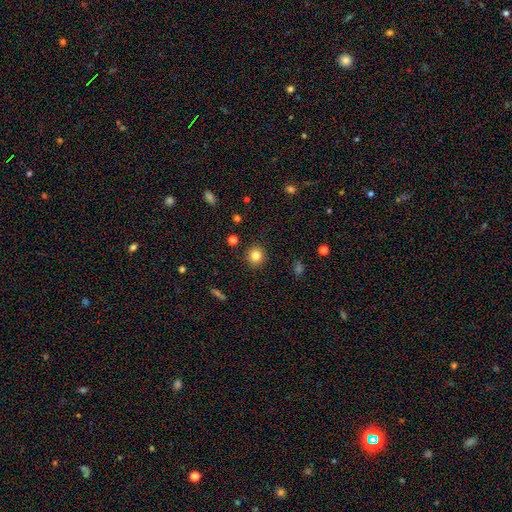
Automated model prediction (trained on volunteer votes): Overall: smooth (82%). How rounded: round (91%). Merging: none (91%).